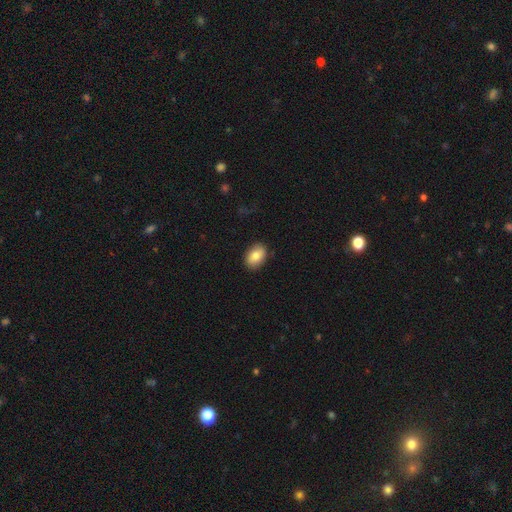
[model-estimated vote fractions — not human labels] A smooth galaxy with no disk features (82%) that is in between round and cigar-shaped (85%).

Vote fractions:
- Smooth or featured? smooth: 82% / featured or disk: 11% / star or artifact: 7%
- How rounded? in between: 85% / round: 14% / cigar-shaped: 1%
- Merging? none: 87% / minor disturbance: 10% / major disturbance: 2% / merger: 1%